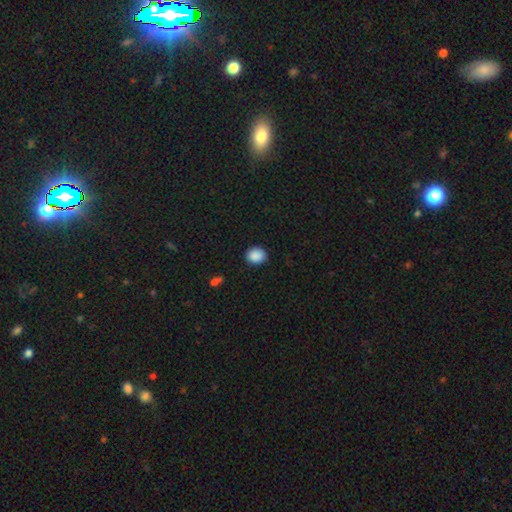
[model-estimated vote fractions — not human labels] Morphology: type=smooth (89%); roundness=round (69%); merging=none (87%).